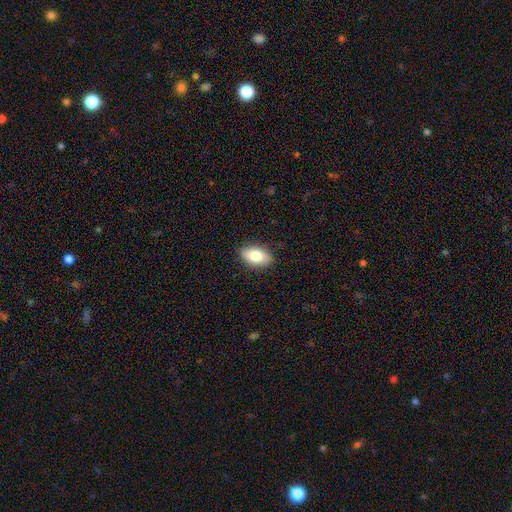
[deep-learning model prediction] Smooth or featured: smooth — 81% (featured or disk — 12%)
How rounded: in between — 92% (round — 6%)
Merging: none — 87% (minor disturbance — 10%)